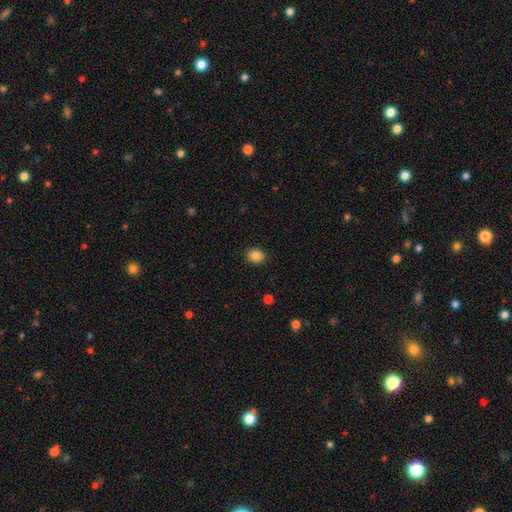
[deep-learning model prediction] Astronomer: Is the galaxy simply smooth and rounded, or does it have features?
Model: smooth — 86%.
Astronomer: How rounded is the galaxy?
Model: round — 56% (runner-up: in between, 43%).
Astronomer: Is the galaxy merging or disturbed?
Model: none — 89%.